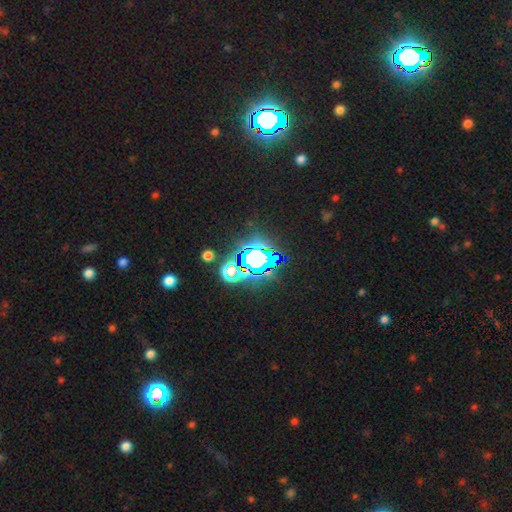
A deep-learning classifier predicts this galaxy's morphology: Smooth or featured: star or artifact — 69% (smooth — 19%)